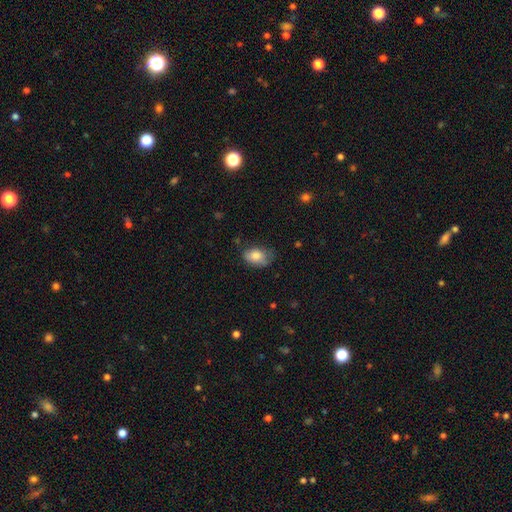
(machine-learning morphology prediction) type=smooth (82%); roundness=in between (85%); merging=none (58%).